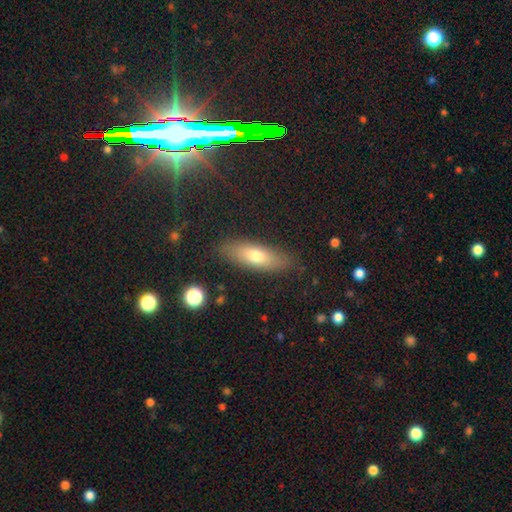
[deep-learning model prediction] smooth 64%, featured or disk 25%, star or artifact 11%. Down the decision tree: how rounded — in between (52%); merging — none (86%).